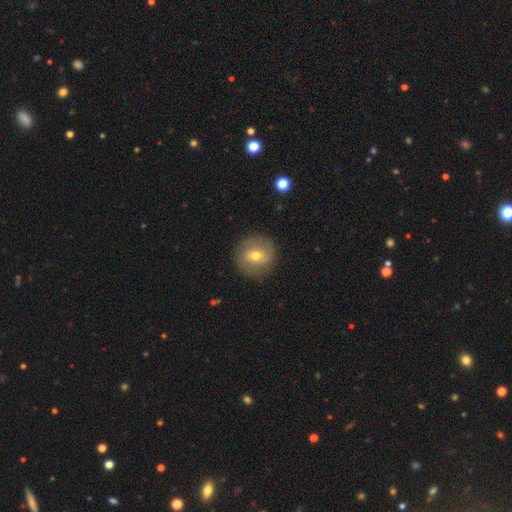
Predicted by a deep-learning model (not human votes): smooth 54%, featured or disk 38%, star or artifact 8%. Down the decision tree: how rounded — round (90%); merging — none (86%).